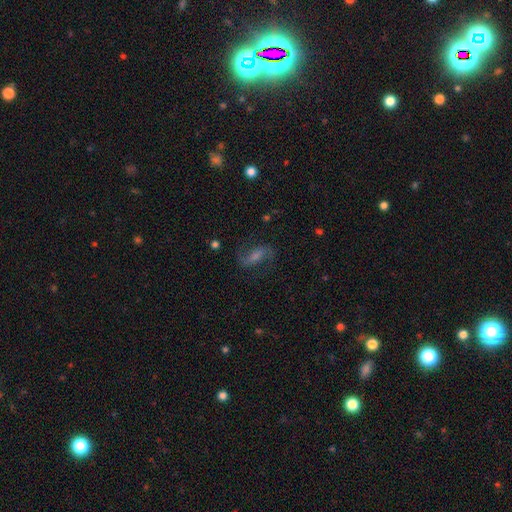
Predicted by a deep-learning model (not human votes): A featured or disk galaxy (71%) with a weak bar (44%), 2 (91%) loose (46%) spiral arms (94%) and a moderate central bulge (34%).

Vote fractions:
- Smooth or featured? featured or disk: 71% / smooth: 16% / star or artifact: 13%
- Edge-on disk? no: 94% / yes: 6%
- Bar? weak: 44% / strong: 31% / no: 26%
- Spiral arms? yes: 94% / no: 6%
- Spiral winding? loose: 46% / medium: 42% / tight: 12%
- Spiral arm count? 2: 91% / can't tell: 4% / 1: 2% / 3: 1% / 4: 1% / more than 4: 1%
- Bulge size? moderate: 34% / small: 33% / none: 19% / large: 12% / dominant: 3%
- Merging? none: 77% / minor disturbance: 13% / major disturbance: 8% / merger: 1%